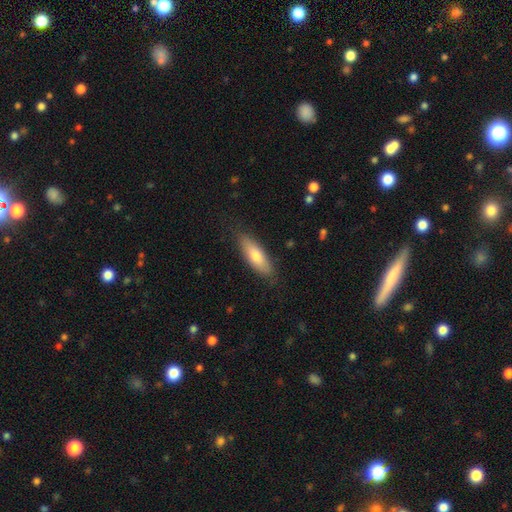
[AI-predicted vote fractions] smooth 73%, featured or disk 21%, star or artifact 6%. Down the decision tree: how rounded — in between (55%); merging — none (82%).